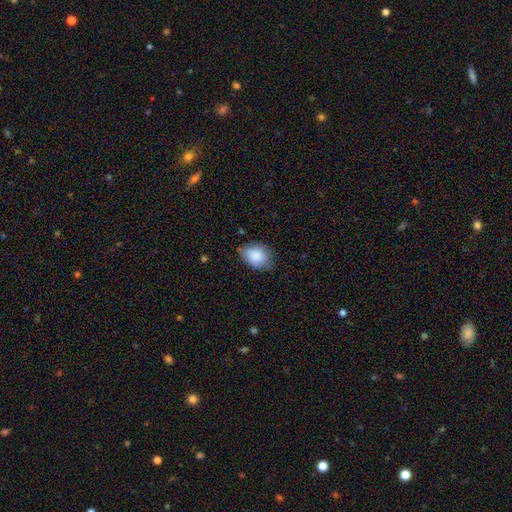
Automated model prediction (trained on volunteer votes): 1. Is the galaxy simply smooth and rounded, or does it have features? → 85% smooth, 8% featured or disk, 7% star or artifact.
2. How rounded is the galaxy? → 74% in between, 25% round, 1% cigar-shaped.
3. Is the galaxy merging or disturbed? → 66% none, 27% minor disturbance, 5% major disturbance, 1% merger.